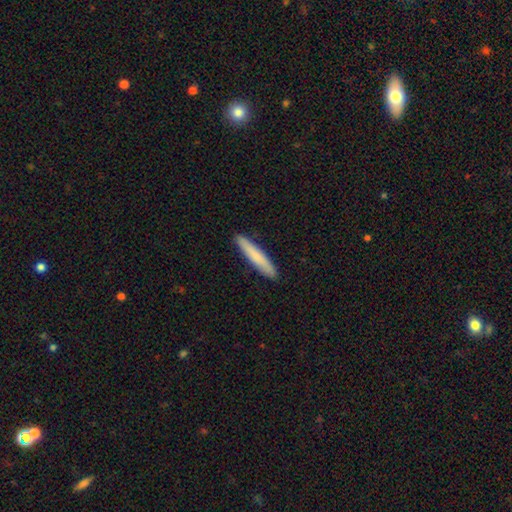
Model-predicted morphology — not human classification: Smooth or featured? smooth (78%)
How rounded? cigar-shaped (94%)
Merging? none (91%)